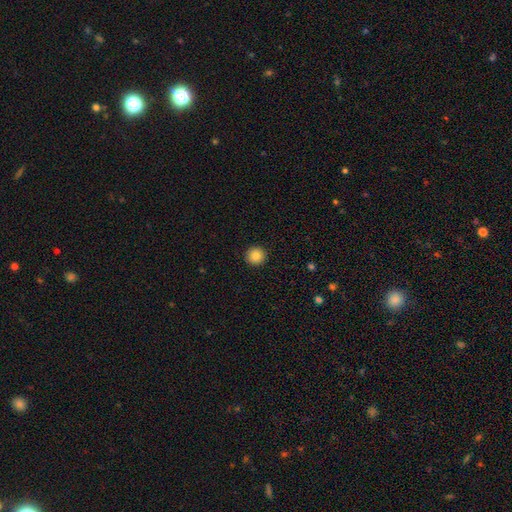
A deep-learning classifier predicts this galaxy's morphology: smooth-or-featured: smooth: 85% | star or artifact: 10% | featured or disk: 5%
  how-rounded: round: 95% | in between: 4% | cigar-shaped: 1%
  merging: none: 94% | minor disturbance: 4% | major disturbance: 1% | merger: 1%